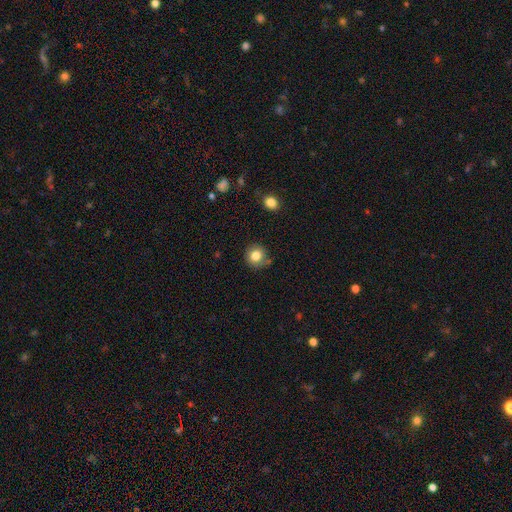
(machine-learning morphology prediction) smooth-or-featured: smooth: 81% | star or artifact: 10% | featured or disk: 8%
  how-rounded: round: 88% | in between: 11% | cigar-shaped: 1%
  merging: none: 79% | minor disturbance: 14% | major disturbance: 3% | merger: 3%